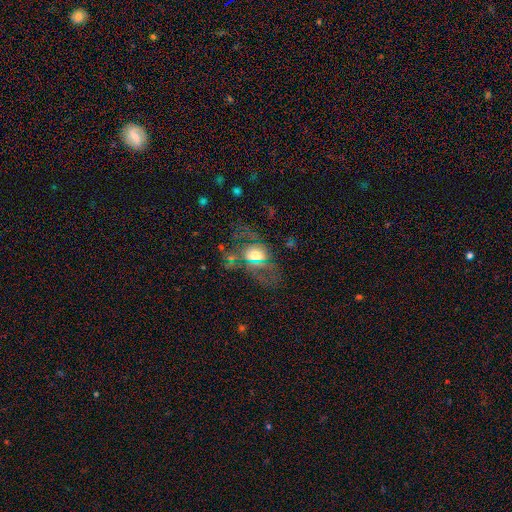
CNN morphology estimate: The model was most divided on "smooth or featured": smooth: 42%, featured or disk: 41%, star or artifact: 17%. More confident: merging — none (50%).